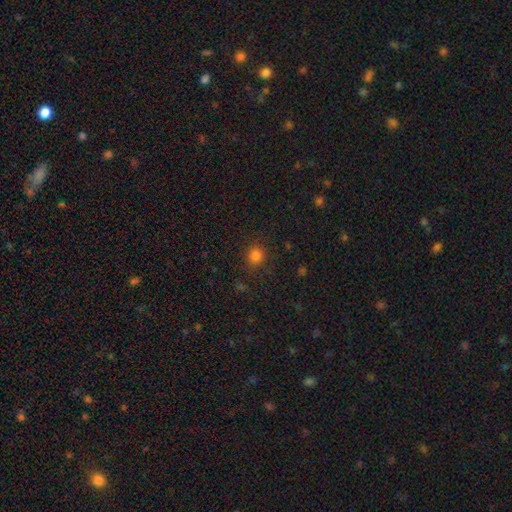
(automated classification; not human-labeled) smooth-or-featured: smooth: 82% | star or artifact: 14% | featured or disk: 4%
  how-rounded: round: 85% | in between: 14% | cigar-shaped: 1%
  merging: none: 86% | minor disturbance: 9% | major disturbance: 4% | merger: 1%